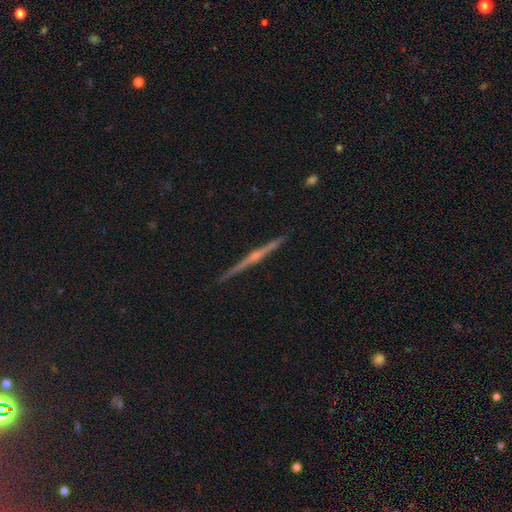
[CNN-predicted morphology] featured or disk 82%, smooth 12%, star or artifact 6%. Down the decision tree: edge-on disk — yes (99%); edge-on bulge — rounded (78%); merging — none (92%).